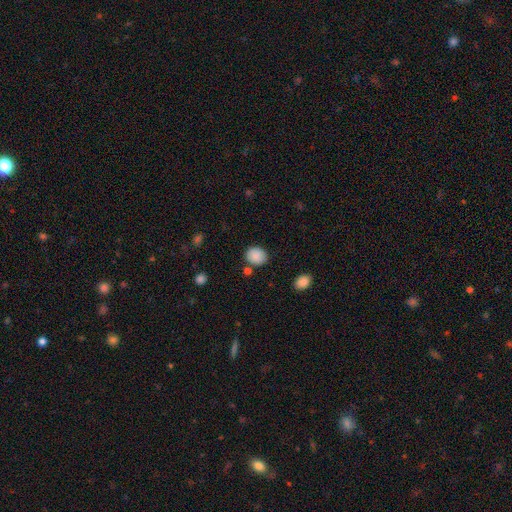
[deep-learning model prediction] smooth-or-featured: smooth: 88% | star or artifact: 8% | featured or disk: 4%
  how-rounded: round: 66% | in between: 33% | cigar-shaped: 1%
  merging: none: 80% | minor disturbance: 12% | merger: 5% | major disturbance: 3%